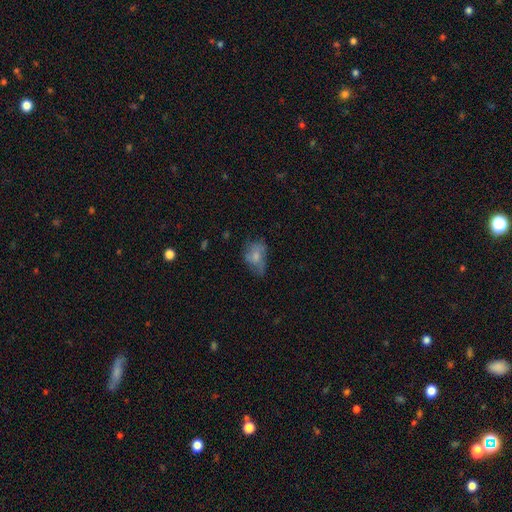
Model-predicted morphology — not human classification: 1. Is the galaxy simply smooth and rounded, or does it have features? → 60% smooth, 29% featured or disk, 11% star or artifact.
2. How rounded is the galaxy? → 80% in between, 18% round, 2% cigar-shaped.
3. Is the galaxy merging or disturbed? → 36% none, 33% minor disturbance, 28% major disturbance, 3% merger.